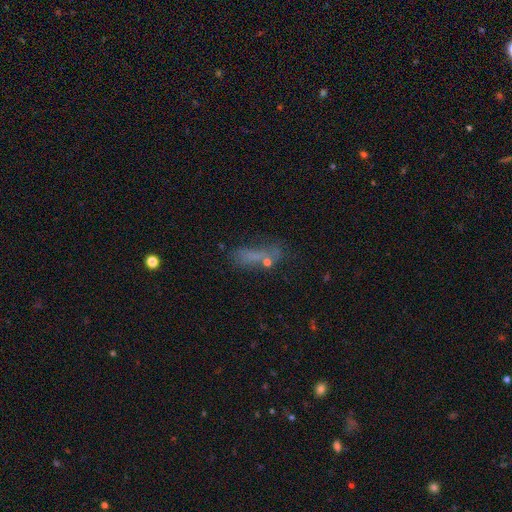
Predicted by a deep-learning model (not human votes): Morphology: type=smooth (53%); roundness=in between (53%); merging=none (43%).